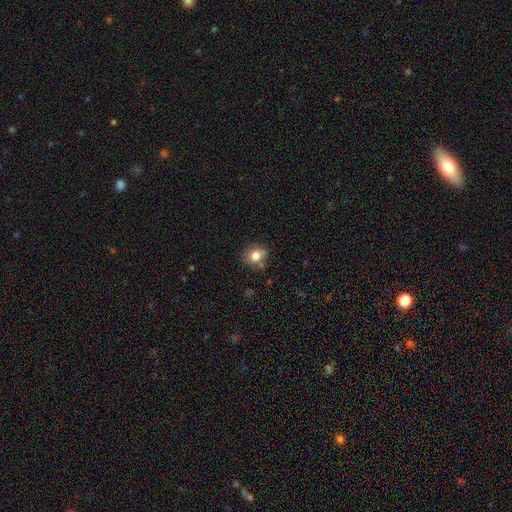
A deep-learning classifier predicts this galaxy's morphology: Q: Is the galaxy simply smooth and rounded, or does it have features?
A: smooth — 78%.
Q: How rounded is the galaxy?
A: round — 62%.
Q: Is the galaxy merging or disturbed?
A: none — 74%.